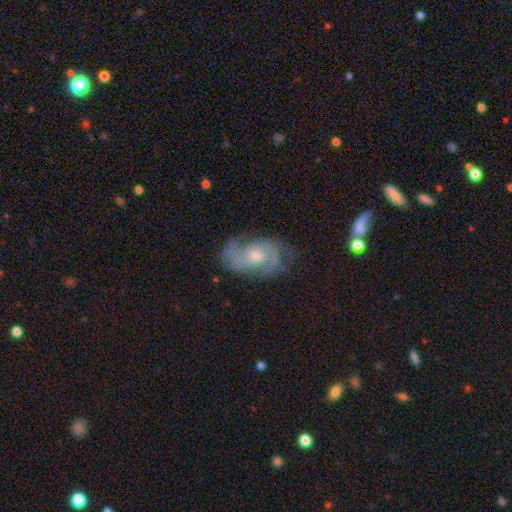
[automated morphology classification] smooth-or-featured: featured or disk: 81% | smooth: 12% | star or artifact: 7%
  disk-edge-on: no: 97% | yes: 3%
    bar: no: 69% | weak: 27% | strong: 4%
    has-spiral-arms: yes: 94% | no: 6%
      spiral-winding: medium: 47% | tight: 36% | loose: 17%
      spiral-arm-count: 2: 54% | can't tell: 18% | 3: 17% | 1: 4% | 4: 4% | more than 4: 3%
    bulge-size: moderate: 56% | small: 38% | large: 3% | none: 2% | dominant: 1%
  merging: none: 65% | minor disturbance: 22% | major disturbance: 11% | merger: 2%